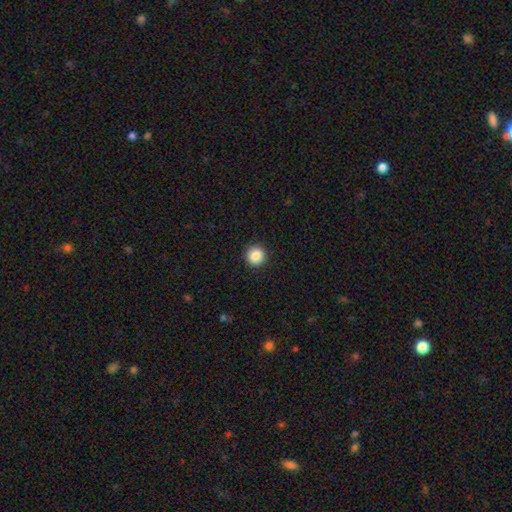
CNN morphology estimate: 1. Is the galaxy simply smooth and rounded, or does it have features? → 87% smooth, 10% star or artifact, 4% featured or disk.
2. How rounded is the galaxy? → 95% round, 4% in between, 1% cigar-shaped.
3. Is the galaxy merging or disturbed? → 92% none, 5% minor disturbance, 2% major disturbance, 1% merger.